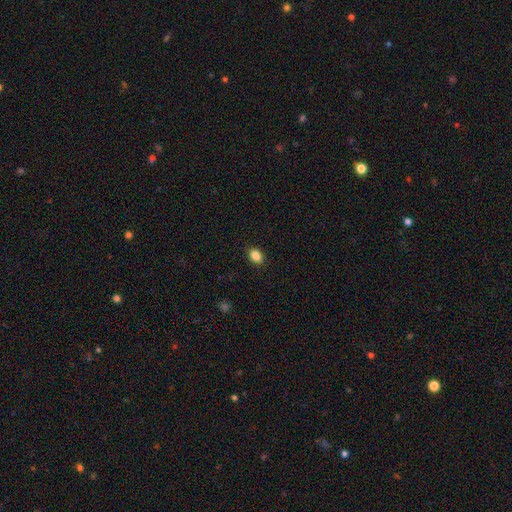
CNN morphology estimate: smooth_or_featured: smooth (p=0.86) [alt: star or artifact p=0.09]
how_rounded: in between (p=0.76) [alt: round p=0.23]
merging: none (p=0.89) [alt: minor disturbance p=0.08]